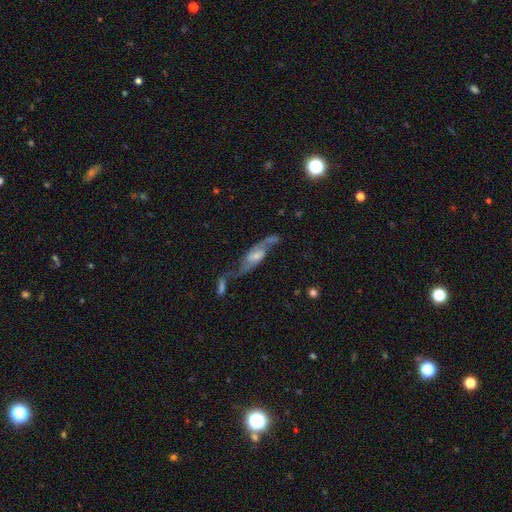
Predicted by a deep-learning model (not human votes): Q: Smooth or featured?
A: featured or disk (80%); runner-up: smooth (14%)
Q: Edge-on disk?
A: no (87%); runner-up: yes (13%)
Q: Bar?
A: no (43%); runner-up: weak (42%)
Q: Spiral arms?
A: yes (92%); runner-up: no (8%)
Q: Spiral winding?
A: loose (56%); runner-up: medium (33%)
Q: Spiral arm count?
A: 2 (88%); runner-up: can't tell (5%)
Q: Bulge size?
A: small (45%); runner-up: moderate (37%)
Q: Merging?
A: none (43%); runner-up: merger (20%)